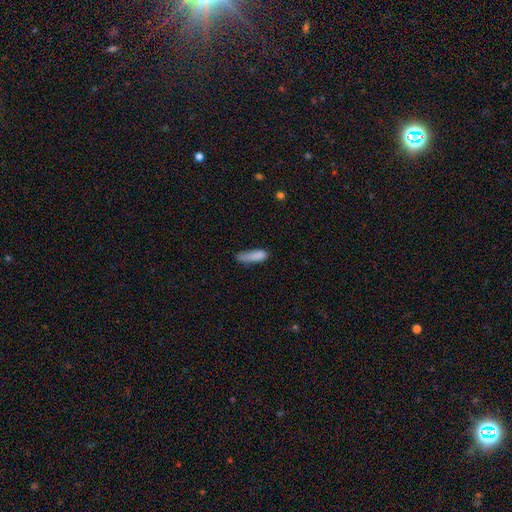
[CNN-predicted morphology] Smooth or featured? smooth (83%)
How rounded? cigar-shaped (62%)
Merging? none (47%)